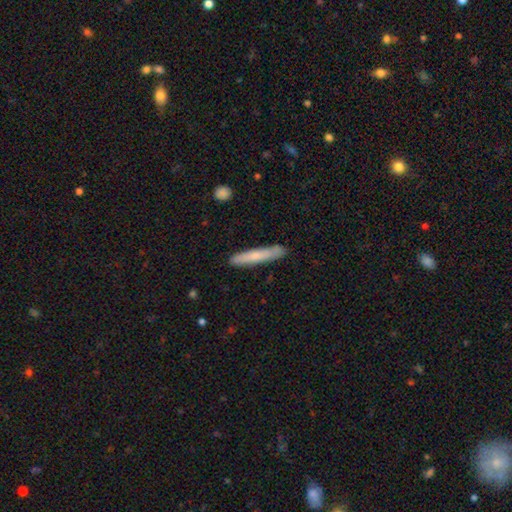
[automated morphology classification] smooth_or_featured: smooth (p=0.70) [alt: featured or disk p=0.25]
how_rounded: cigar-shaped (p=0.94) [alt: in between p=0.05]
merging: none (p=0.88) [alt: minor disturbance p=0.09]